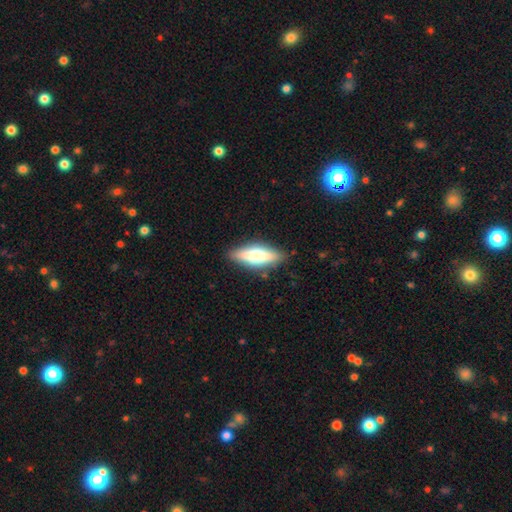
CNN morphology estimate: Smooth or featured?
  - smooth: 53% *
  - featured or disk: 41%
  - star or artifact: 6%
How rounded?
  - in between: 53% *
  - cigar-shaped: 44%
  - round: 2%
Merging?
  - none: 86% *
  - minor disturbance: 10%
  - major disturbance: 2%
  - merger: 1%